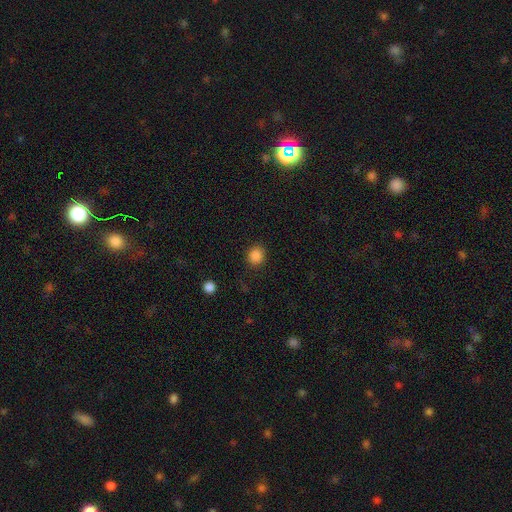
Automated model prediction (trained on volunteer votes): Smooth or featured: smooth — 86% (star or artifact — 11%)
How rounded: round — 84% (in between — 15%)
Merging: none — 88% (minor disturbance — 8%)